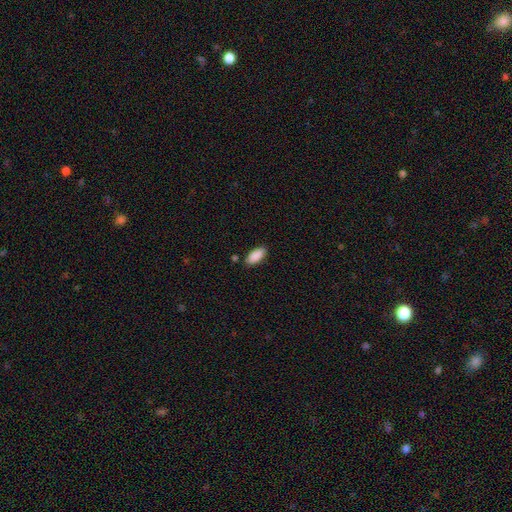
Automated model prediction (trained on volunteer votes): smooth 90%, star or artifact 6%, featured or disk 4%. Down the decision tree: how rounded — in between (87%); merging — none (85%).